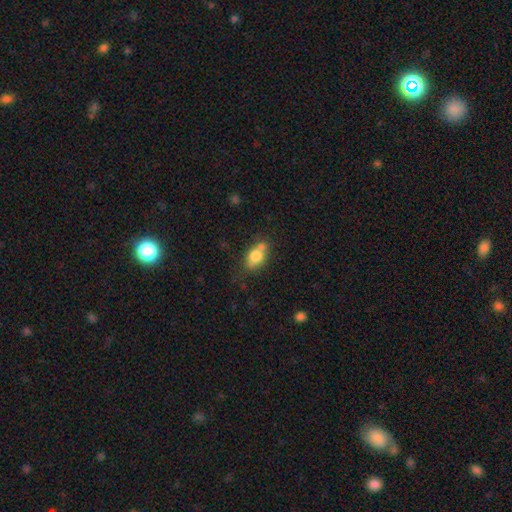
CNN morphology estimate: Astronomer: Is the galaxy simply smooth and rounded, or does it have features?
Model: smooth — 75%.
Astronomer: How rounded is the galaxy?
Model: in between — 77%.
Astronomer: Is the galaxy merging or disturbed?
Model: none — 55%.